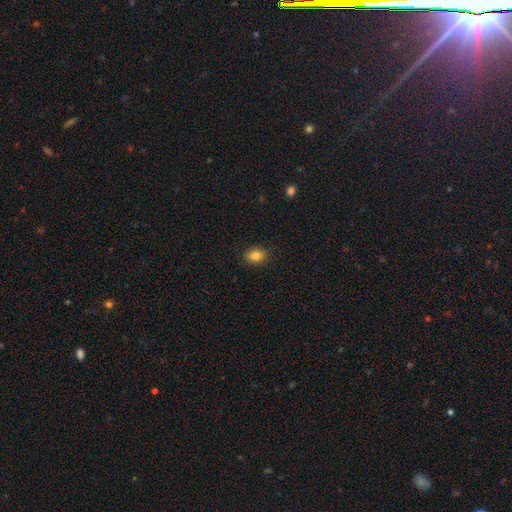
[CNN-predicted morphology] Q: Smooth or featured?
A: smooth (85%); runner-up: star or artifact (10%)
Q: How rounded?
A: in between (67%); runner-up: round (32%)
Q: Merging?
A: none (88%); runner-up: minor disturbance (8%)